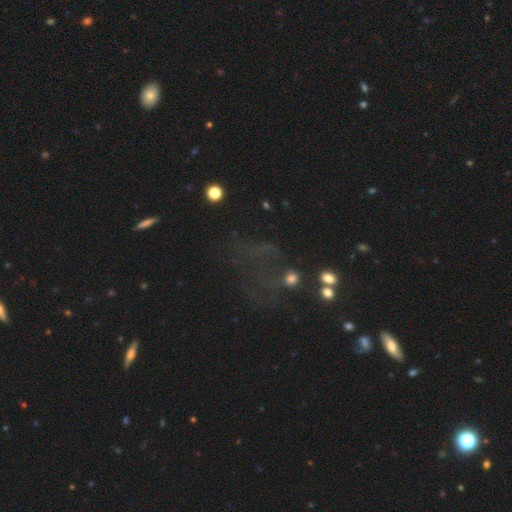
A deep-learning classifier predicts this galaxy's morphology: This appears to be a star or artifact, not a galaxy (51%).